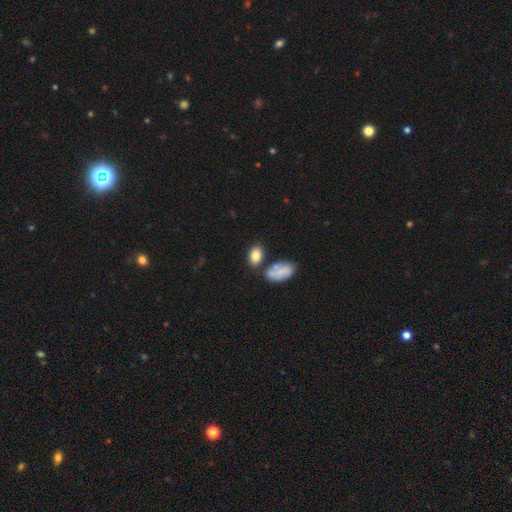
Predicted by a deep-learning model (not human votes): smooth 82%, featured or disk 10%, star or artifact 8%. Down the decision tree: how rounded — in between (86%); merging — none (62%).